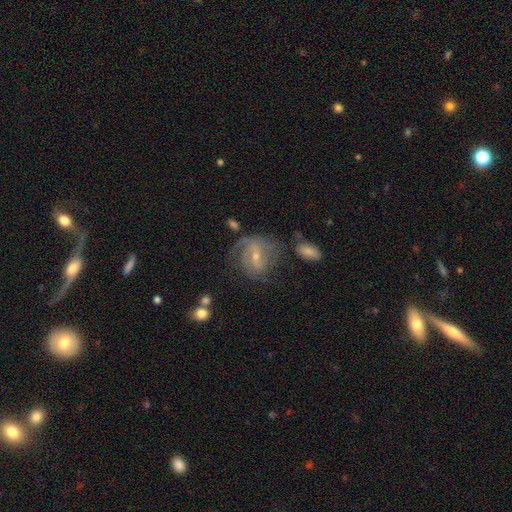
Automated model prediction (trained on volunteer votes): This appears to be a featured or disk galaxy (78%) with a weak bar (53%), 2 (42%) tight (49%) spiral arms (90%) and a small central bulge (56%). Merging: none (59%).